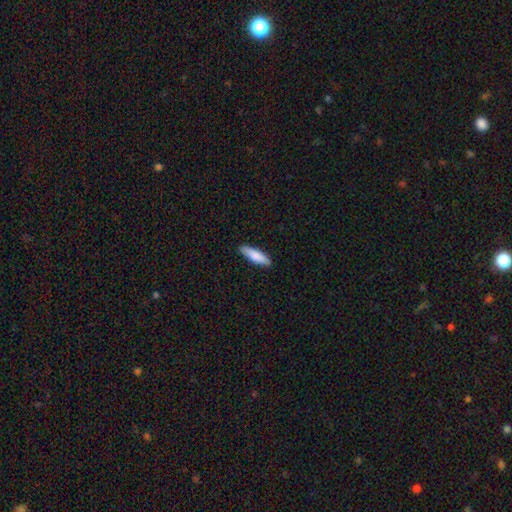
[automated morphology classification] smooth_or_featured: smooth (p=0.84) [alt: featured or disk p=0.11]
how_rounded: cigar-shaped (p=0.61) [alt: in between p=0.37]
merging: none (p=0.89) [alt: minor disturbance p=0.09]